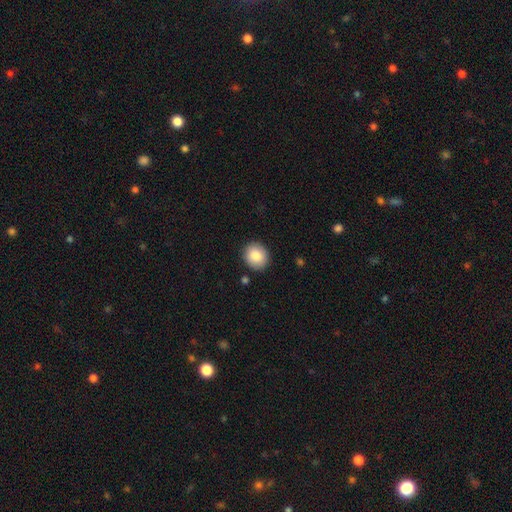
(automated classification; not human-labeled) Overall: smooth (85%). How rounded: round (78%). Merging: none (89%).